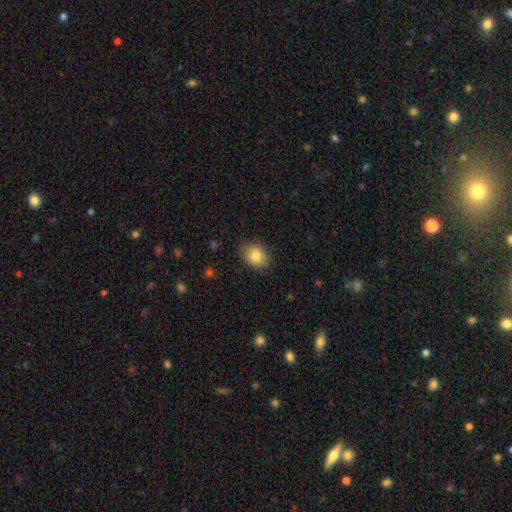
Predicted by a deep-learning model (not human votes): A smooth galaxy with no disk features (84%) that is in between round and cigar-shaped (56%). Merging: none (84%).